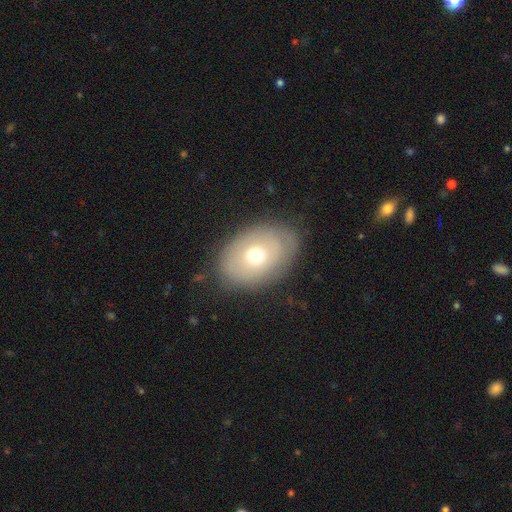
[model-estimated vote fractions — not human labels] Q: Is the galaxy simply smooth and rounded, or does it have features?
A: smooth — 61%.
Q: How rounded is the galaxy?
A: in between — 77%.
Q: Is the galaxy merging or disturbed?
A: none — 77%.